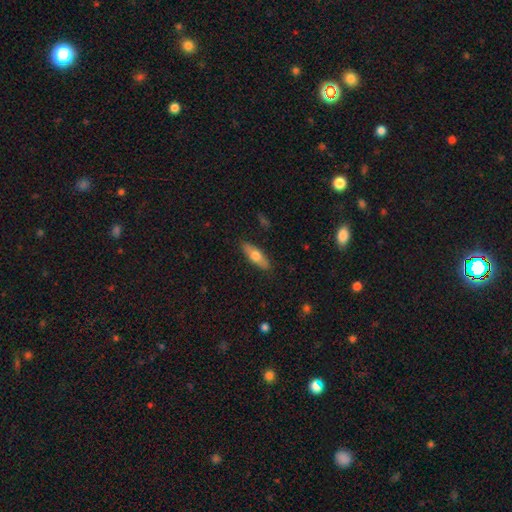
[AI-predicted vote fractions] smooth 62%, featured or disk 32%, star or artifact 6%. Down the decision tree: how rounded — in between (49%); merging — none (88%).